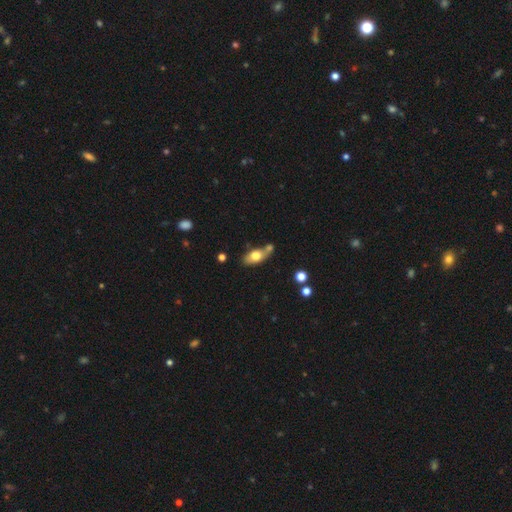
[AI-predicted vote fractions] A smooth galaxy with no disk features (70%) that is in between round and cigar-shaped (84%). Merging: none (49%).